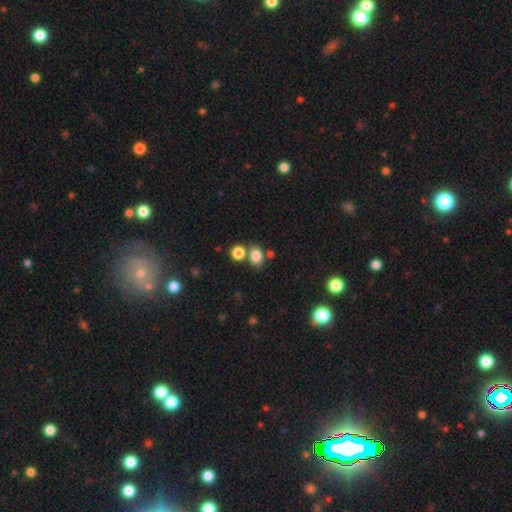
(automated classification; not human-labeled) smooth 82%, star or artifact 12%, featured or disk 6%. Down the decision tree: how rounded — in between (55%); merging — none (62%).